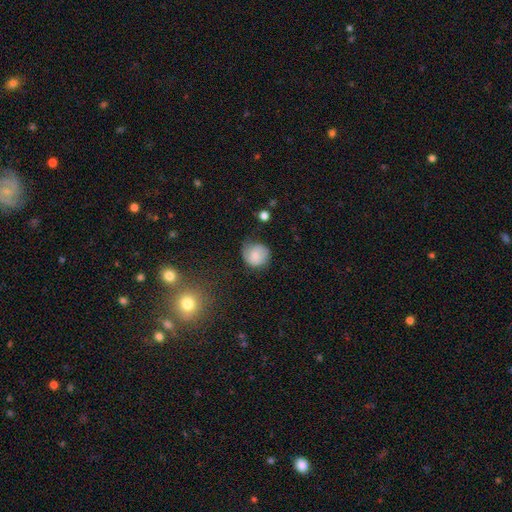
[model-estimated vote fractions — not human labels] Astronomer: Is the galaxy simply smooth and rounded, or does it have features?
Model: smooth — 66%.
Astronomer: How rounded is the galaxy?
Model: round — 82%.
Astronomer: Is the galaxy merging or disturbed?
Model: none — 56%.